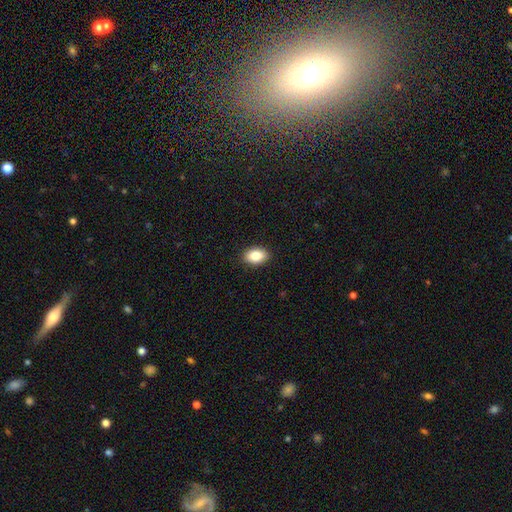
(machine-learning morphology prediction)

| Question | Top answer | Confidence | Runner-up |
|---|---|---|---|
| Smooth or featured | smooth | 85% | star or artifact (8%) |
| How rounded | in between | 86% | round (13%) |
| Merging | none | 90% | minor disturbance (7%) |